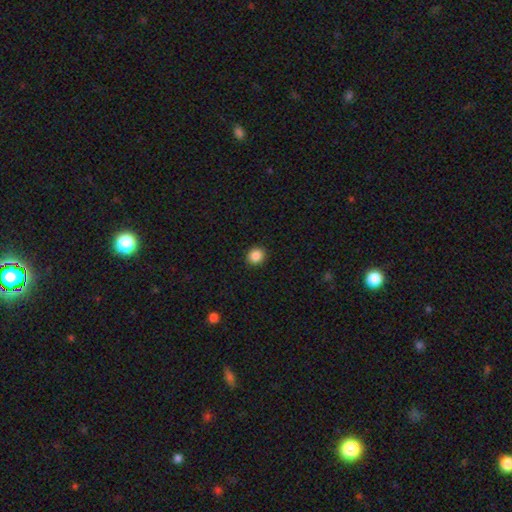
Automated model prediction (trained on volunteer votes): smooth-or-featured: smooth: 87% | star or artifact: 10% | featured or disk: 3%
  how-rounded: round: 83% | in between: 16% | cigar-shaped: 1%
  merging: none: 92% | minor disturbance: 6% | major disturbance: 2% | merger: 1%